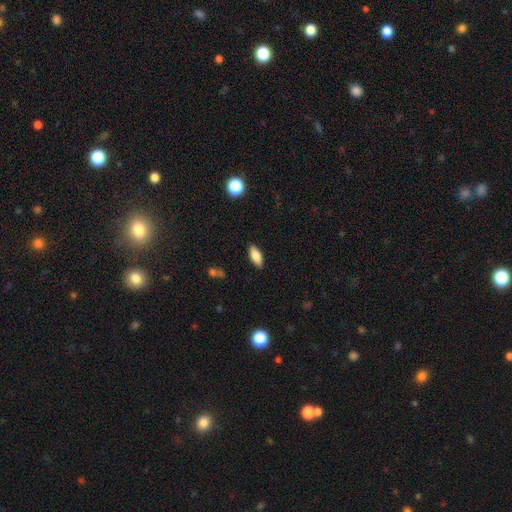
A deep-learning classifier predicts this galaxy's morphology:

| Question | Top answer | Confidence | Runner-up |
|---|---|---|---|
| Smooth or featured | smooth | 78% | featured or disk (15%) |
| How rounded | in between | 78% | cigar-shaped (20%) |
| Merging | none | 87% | minor disturbance (10%) |